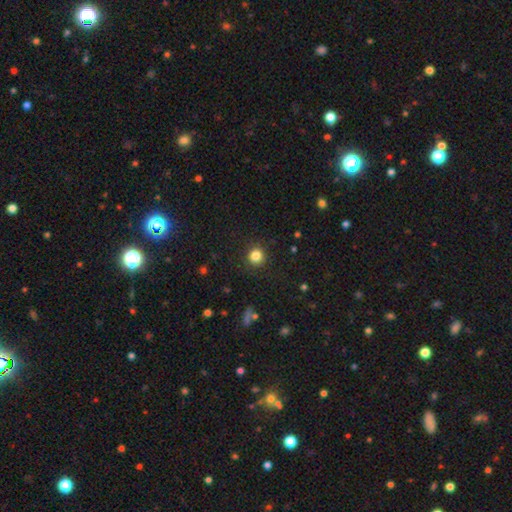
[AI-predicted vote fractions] smooth 83%, star or artifact 12%, featured or disk 5%. Down the decision tree: how rounded — round (92%); merging — none (89%).